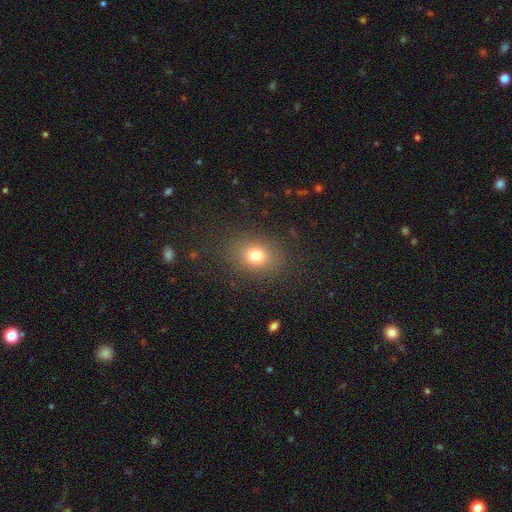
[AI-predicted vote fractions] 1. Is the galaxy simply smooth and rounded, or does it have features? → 76% smooth, 15% star or artifact, 10% featured or disk.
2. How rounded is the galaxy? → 52% round, 47% in between, 1% cigar-shaped.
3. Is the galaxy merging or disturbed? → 84% none, 10% minor disturbance, 5% major disturbance, 1% merger.